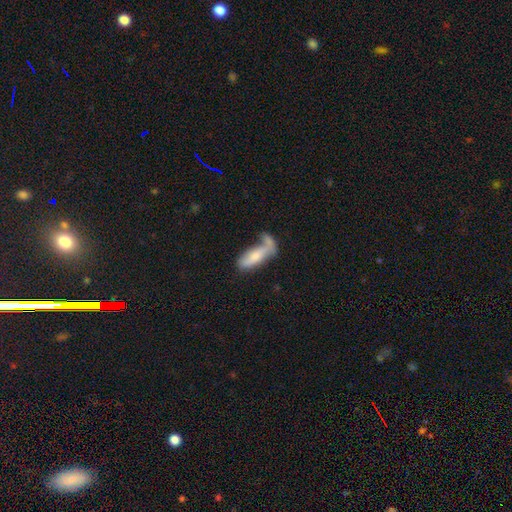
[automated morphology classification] smooth-or-featured: smooth: 65% | featured or disk: 28% | star or artifact: 7%
  how-rounded: in between: 59% | cigar-shaped: 39% | round: 3%
  merging: merger: 35% | none: 27% | major disturbance: 19% | minor disturbance: 19%